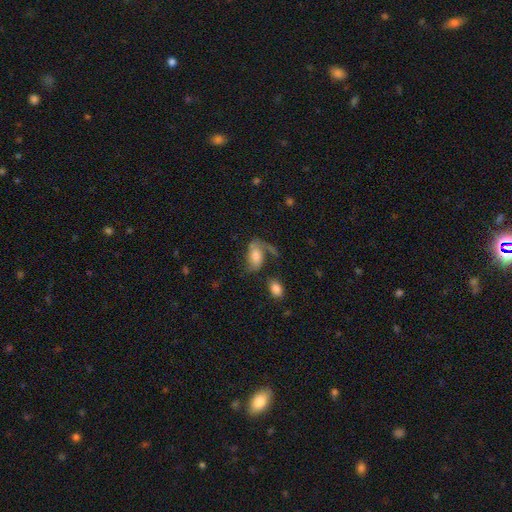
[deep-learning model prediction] Q: Smooth or featured?
A: smooth (47%); runner-up: featured or disk (43%)
Q: Merging?
A: none (38%); runner-up: major disturbance (30%)